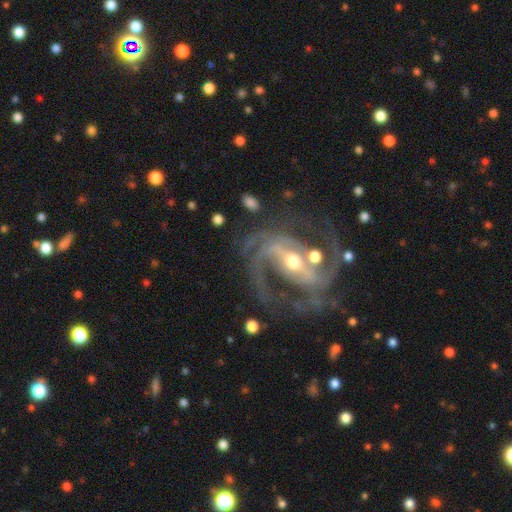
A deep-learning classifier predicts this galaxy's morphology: Smooth or featured?
  - featured or disk: 91% *
  - star or artifact: 6%
  - smooth: 3%
Edge-on disk?
  - no: 97% *
  - yes: 3%
Bar?
  - strong: 59% *
  - weak: 29%
  - no: 12%
Spiral arms?
  - yes: 97% *
  - no: 3%
Spiral winding?
  - medium: 56% *
  - tight: 25%
  - loose: 20%
Spiral arm count?
  - 2: 66% *
  - 3: 15%
  - can't tell: 7%
  - 1: 4%
  - 4: 4%
  - more than 4: 3%
Bulge size?
  - moderate: 52% *
  - small: 42%
  - large: 4%
  - none: 1%
  - dominant: 1%
Merging?
  - none: 62% *
  - minor disturbance: 16%
  - major disturbance: 16%
  - merger: 5%